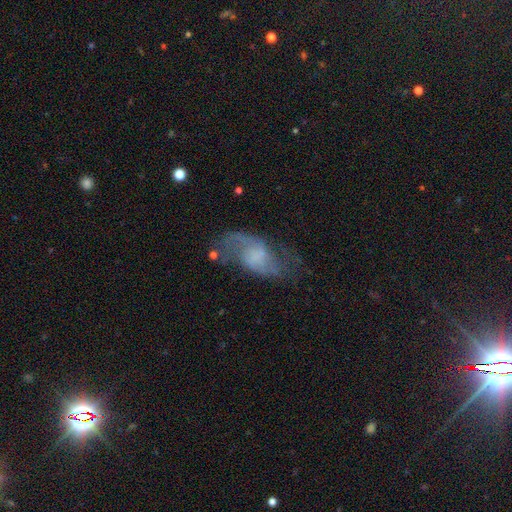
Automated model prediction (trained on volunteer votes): Q: Smooth or featured?
A: featured or disk (71%); runner-up: smooth (20%)
Q: Edge-on disk?
A: no (94%); runner-up: yes (6%)
Q: Bar?
A: no (49%); runner-up: weak (42%)
Q: Spiral arms?
A: yes (87%); runner-up: no (13%)
Q: Spiral winding?
A: loose (48%); runner-up: medium (40%)
Q: Spiral arm count?
A: 2 (82%); runner-up: can't tell (9%)
Q: Bulge size?
A: none (39%); runner-up: small (27%)
Q: Merging?
A: none (61%); runner-up: minor disturbance (21%)